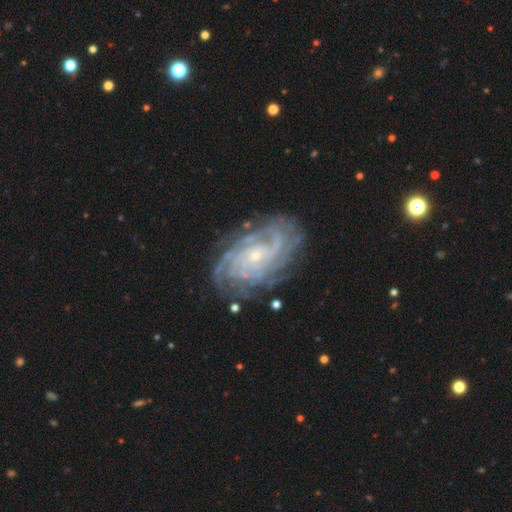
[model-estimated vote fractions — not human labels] Overall: featured or disk (90%). Edge-on disk: no (97%). Bar: no (73%). Spiral arms: yes (98%). Spiral arm count: can't tell (25%; 4 24%). Spiral winding: tight (75%). Bulge size: small (80%). Merging: none (78%).